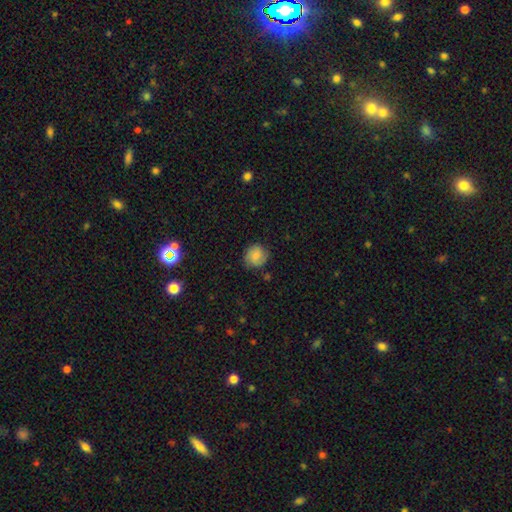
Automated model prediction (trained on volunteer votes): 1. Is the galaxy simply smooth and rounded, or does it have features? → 75% smooth, 16% featured or disk, 8% star or artifact.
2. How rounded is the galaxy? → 85% round, 14% in between, 1% cigar-shaped.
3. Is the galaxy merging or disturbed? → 79% none, 16% minor disturbance, 4% major disturbance, 1% merger.